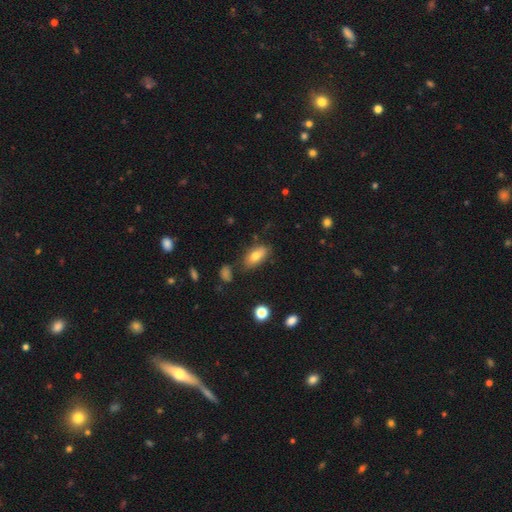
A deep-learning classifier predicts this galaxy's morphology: type=smooth (75%); roundness=in between (89%); merging=none (74%).